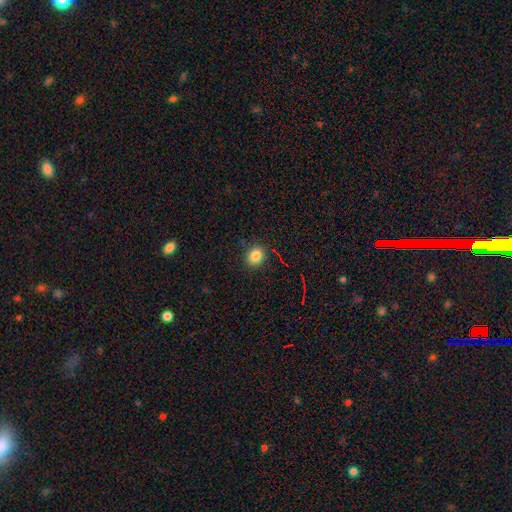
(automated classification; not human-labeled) Smooth or featured?
  - smooth: 83% *
  - star or artifact: 11%
  - featured or disk: 6%
How rounded?
  - round: 60% *
  - in between: 39%
  - cigar-shaped: 1%
Merging?
  - none: 85% *
  - minor disturbance: 10%
  - major disturbance: 3%
  - merger: 2%